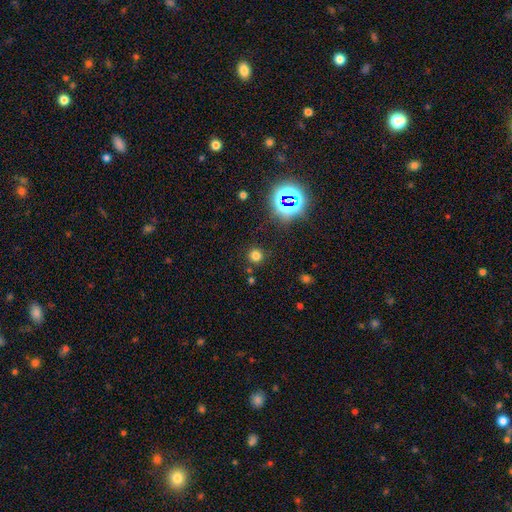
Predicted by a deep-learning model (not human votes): Q: Smooth or featured?
A: smooth (70%); runner-up: star or artifact (24%)
Q: How rounded?
A: round (93%); runner-up: in between (6%)
Q: Merging?
A: none (86%); runner-up: minor disturbance (7%)